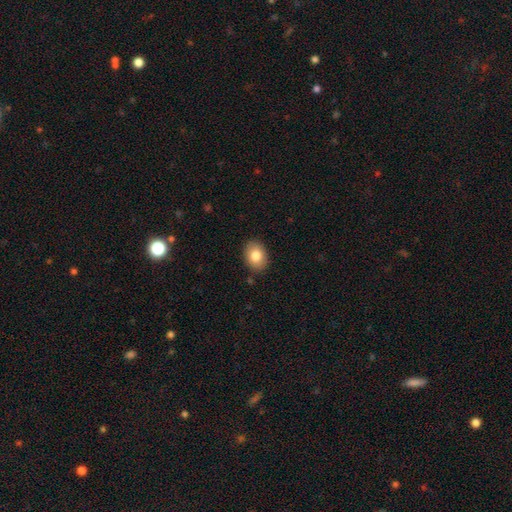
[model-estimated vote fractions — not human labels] Smooth or featured?
  - smooth: 82% *
  - featured or disk: 10%
  - star or artifact: 8%
How rounded?
  - in between: 69% *
  - round: 30%
  - cigar-shaped: 1%
Merging?
  - none: 88% *
  - minor disturbance: 9%
  - major disturbance: 2%
  - merger: 1%